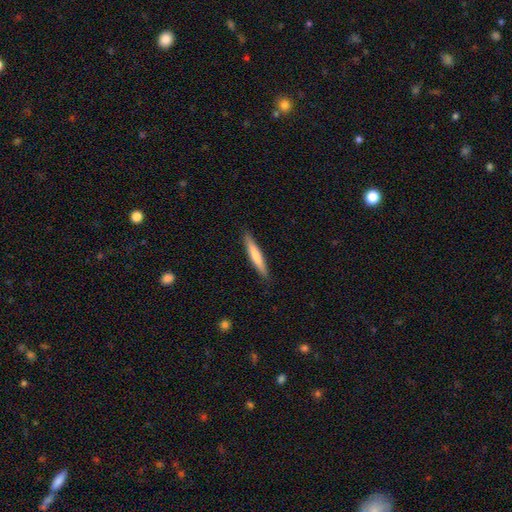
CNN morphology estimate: A smooth galaxy with no disk features (70%) that is cigar-shaped (93%).

Vote fractions:
- Smooth or featured? smooth: 70% / featured or disk: 25% / star or artifact: 5%
- How rounded? cigar-shaped: 93% / in between: 6% / round: 1%
- Merging? none: 90% / minor disturbance: 8% / major disturbance: 1% / merger: 1%